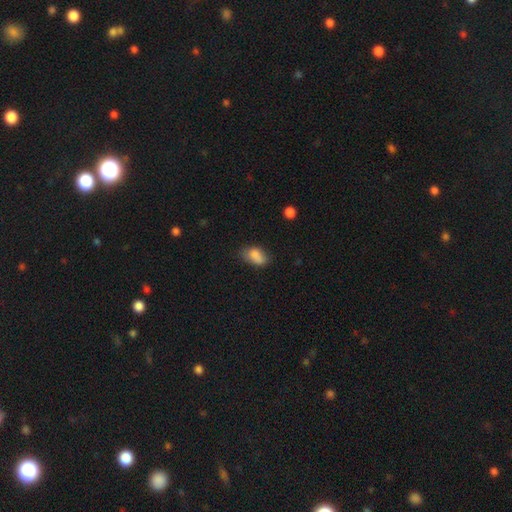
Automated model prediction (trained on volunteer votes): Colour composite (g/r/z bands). It shows a smooth galaxy with no disk features (80%) that is in between round and cigar-shaped (87%). Merging: none (50%).